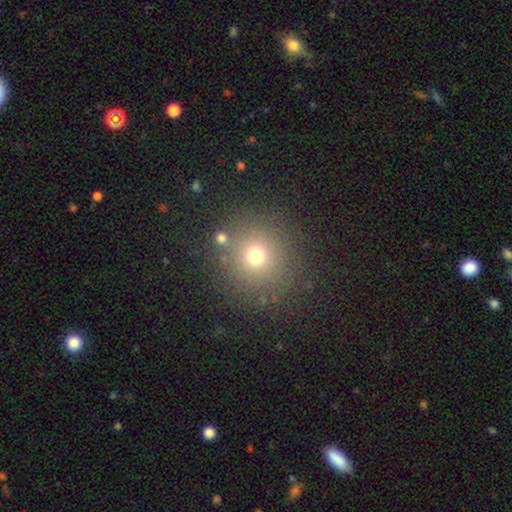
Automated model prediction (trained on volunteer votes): Q: Smooth or featured?
A: smooth (69%); runner-up: star or artifact (21%)
Q: How rounded?
A: round (92%); runner-up: in between (7%)
Q: Merging?
A: none (84%); runner-up: minor disturbance (8%)